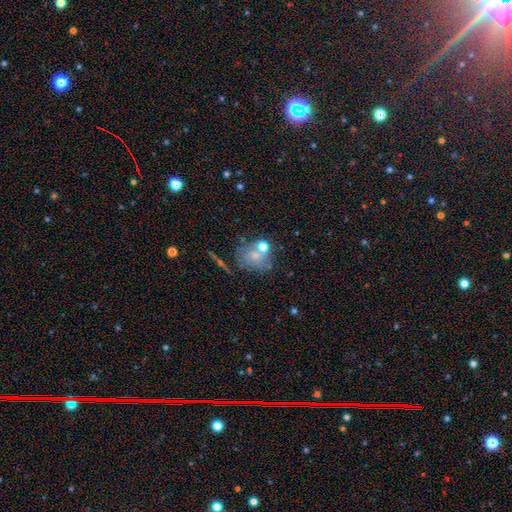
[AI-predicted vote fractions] A smooth galaxy with no disk features (55%) that is round (63%).

Vote fractions:
- Smooth or featured? smooth: 55% / featured or disk: 32% / star or artifact: 13%
- How rounded? round: 63% / in between: 36% / cigar-shaped: 1%
- Merging? none: 43% / merger: 25% / minor disturbance: 19% / major disturbance: 13%